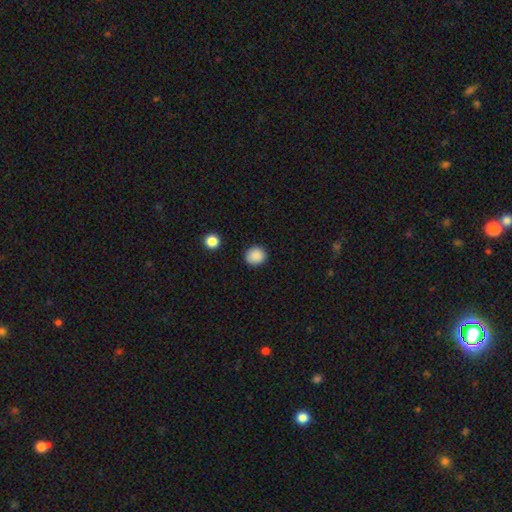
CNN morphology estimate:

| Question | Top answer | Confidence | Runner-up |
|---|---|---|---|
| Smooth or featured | smooth | 88% | star or artifact (9%) |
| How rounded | round | 87% | in between (12%) |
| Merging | none | 89% | minor disturbance (7%) |